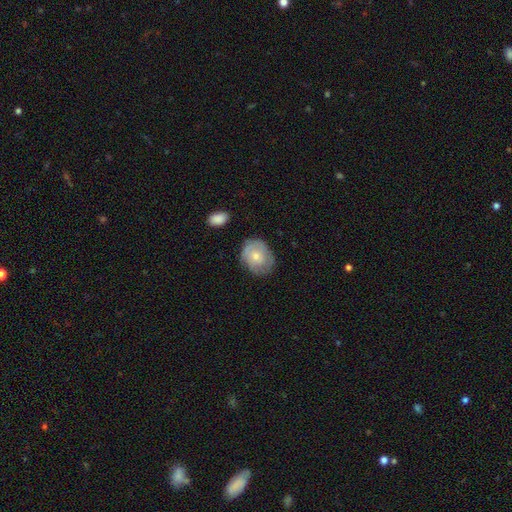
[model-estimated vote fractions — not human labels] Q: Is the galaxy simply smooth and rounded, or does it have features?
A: smooth — 57%.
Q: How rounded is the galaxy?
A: round — 50%.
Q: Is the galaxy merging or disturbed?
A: none — 68%.